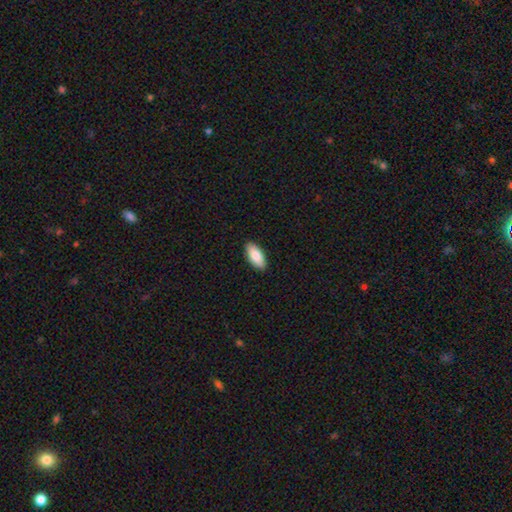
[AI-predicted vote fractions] Morphology: type=smooth (86%); roundness=in between (89%); merging=none (90%).